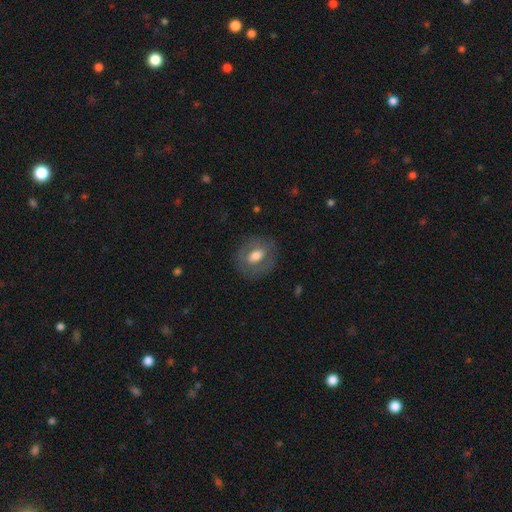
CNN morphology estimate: Smooth or featured? smooth (53%)
How rounded? round (52%)
Merging? none (79%)